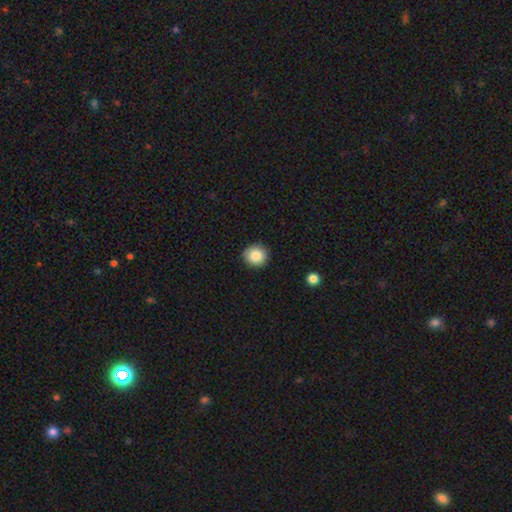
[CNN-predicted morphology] This appears to be a smooth galaxy with no disk features (86%) that is round (91%). Merging: none (89%).